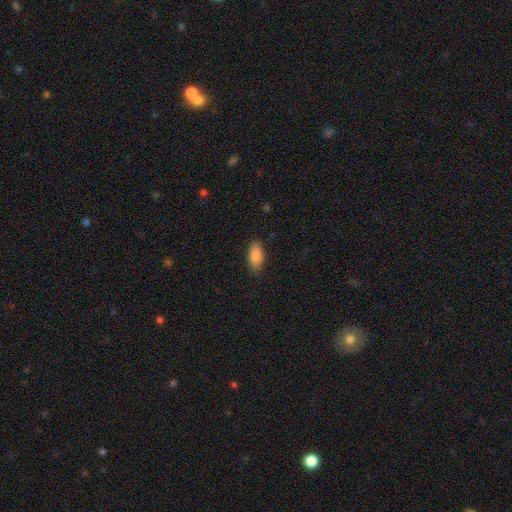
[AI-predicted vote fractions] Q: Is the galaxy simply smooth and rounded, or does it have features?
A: smooth — 87%.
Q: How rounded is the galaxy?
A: in between — 89%.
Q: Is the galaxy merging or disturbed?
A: none — 87%.